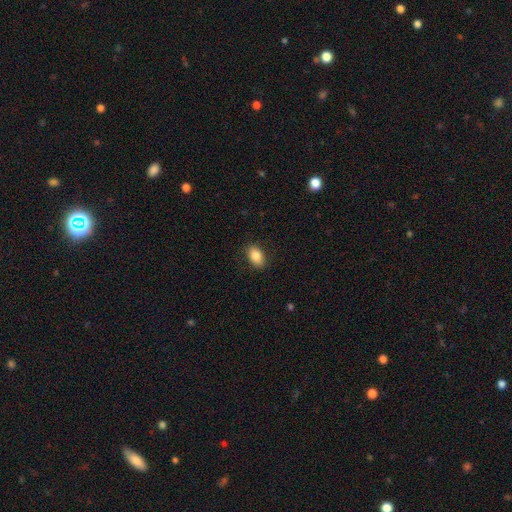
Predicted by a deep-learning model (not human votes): This is clearly a smooth galaxy (85%). How rounded: clearly in between (88%). Merging: clearly none (87%).